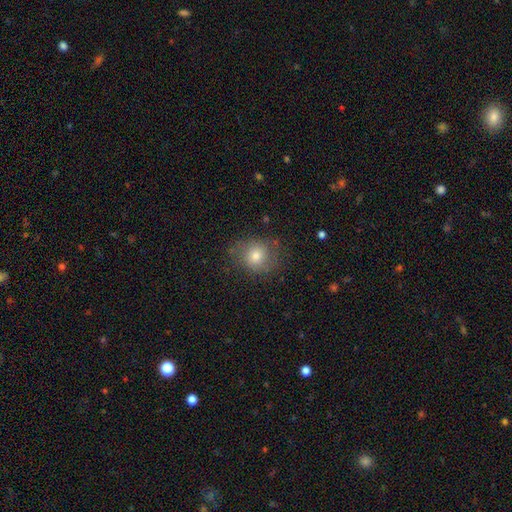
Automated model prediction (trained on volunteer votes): A smooth galaxy with no disk features (69%) that is round (74%).

Vote fractions:
- Smooth or featured? smooth: 69% / featured or disk: 19% / star or artifact: 11%
- How rounded? round: 74% / in between: 25% / cigar-shaped: 1%
- Merging? none: 70% / minor disturbance: 19% / major disturbance: 9% / merger: 1%